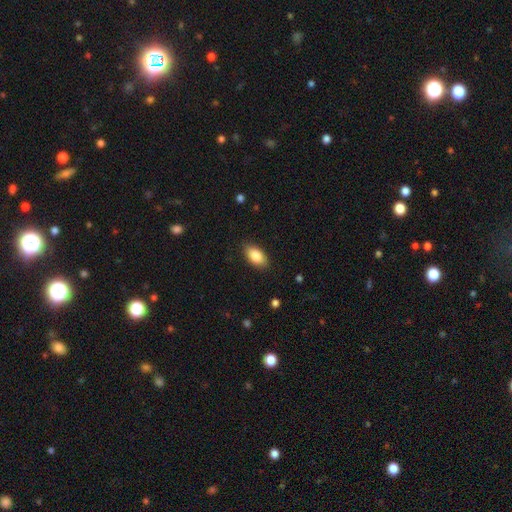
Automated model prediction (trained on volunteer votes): This is clearly a smooth galaxy (85%). How rounded: clearly in between (92%). Merging: clearly none (87%).